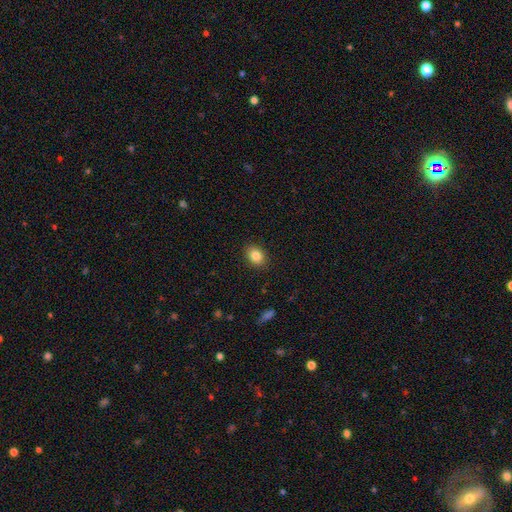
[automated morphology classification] The model was most divided on "how rounded": in between: 65%, round: 34%, cigar-shaped: 1%. More confident: merging — none (89%); smooth or featured — smooth (85%).